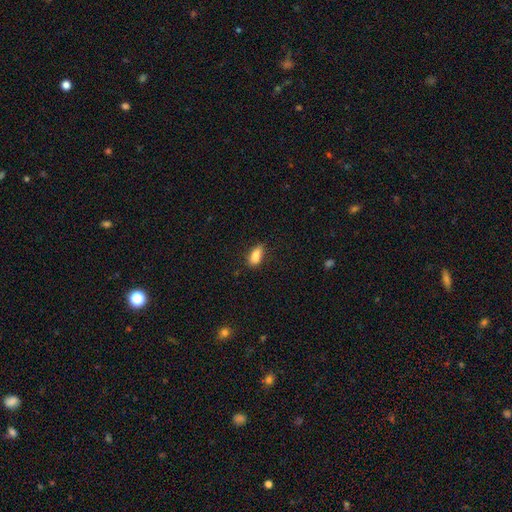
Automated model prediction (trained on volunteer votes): Overall: smooth (86%). How rounded: in between (87%). Merging: none (75%).